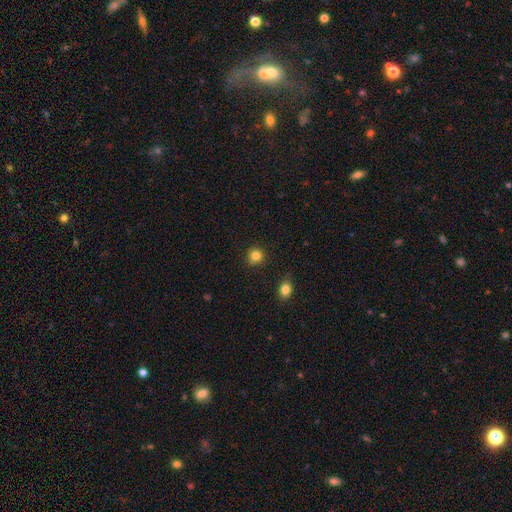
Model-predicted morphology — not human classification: This appears to be a smooth galaxy with no disk features (83%) that is round (91%). Merging: none (86%).